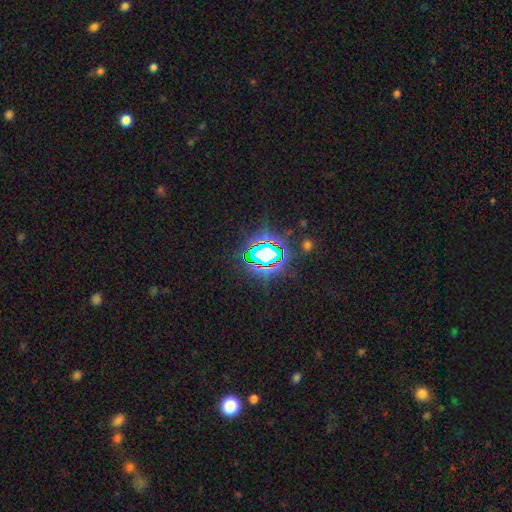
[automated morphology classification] The model was most divided on "smooth or featured": star or artifact: 80%, smooth: 13%, featured or disk: 7%.